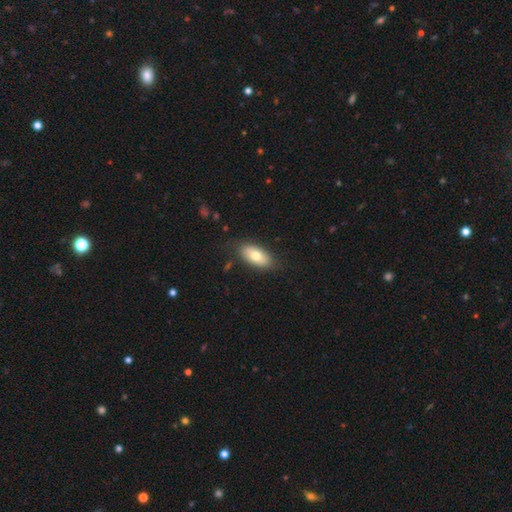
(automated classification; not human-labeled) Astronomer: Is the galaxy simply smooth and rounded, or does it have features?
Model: smooth — 72%.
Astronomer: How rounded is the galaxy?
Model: in between — 90%.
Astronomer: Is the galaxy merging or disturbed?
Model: none — 81%.